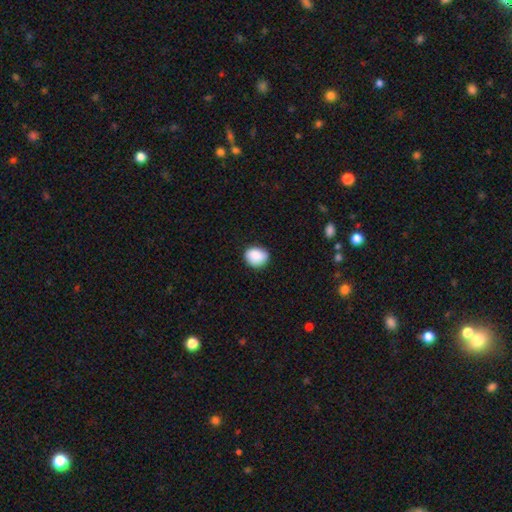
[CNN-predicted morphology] A smooth galaxy with no disk features (88%) that is round (63%).

Vote fractions:
- Smooth or featured? smooth: 88% / star or artifact: 8% / featured or disk: 4%
- How rounded? round: 63% / in between: 36% / cigar-shaped: 1%
- Merging? none: 80% / minor disturbance: 16% / major disturbance: 3% / merger: 1%